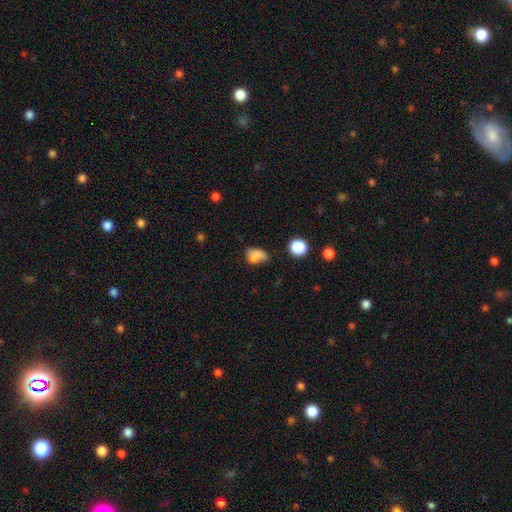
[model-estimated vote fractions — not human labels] Overall: smooth (72%). How rounded: in between (71%). Merging: none (35%; merger 29%).